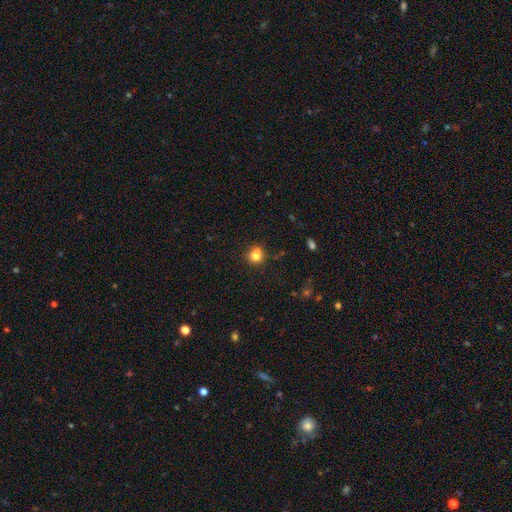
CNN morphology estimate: A smooth galaxy with no disk features (77%) that is round (86%). Merging: none (56%).